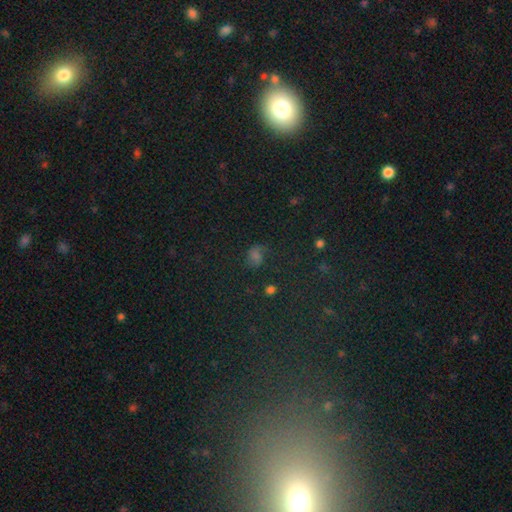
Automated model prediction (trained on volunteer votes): smooth 47%, star or artifact 35%, featured or disk 18%. Down the decision tree: merging — none (58%).